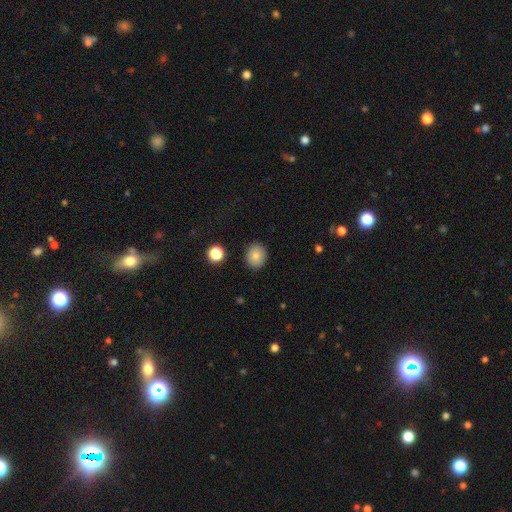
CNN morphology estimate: Smooth or featured?
  - smooth: 81% *
  - star or artifact: 10%
  - featured or disk: 9%
How rounded?
  - round: 72% *
  - in between: 27%
  - cigar-shaped: 1%
Merging?
  - none: 89% *
  - minor disturbance: 7%
  - major disturbance: 2%
  - merger: 1%